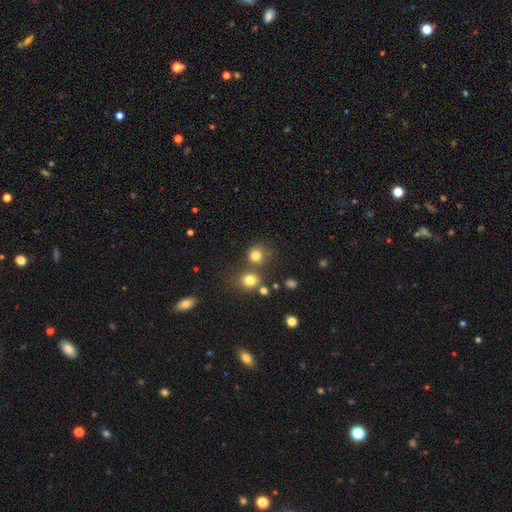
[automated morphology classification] The model was most divided on "merging": none: 62%, merger: 24%, minor disturbance: 10%, major disturbance: 4%. More confident: how rounded — round (84%); smooth or featured — smooth (78%).